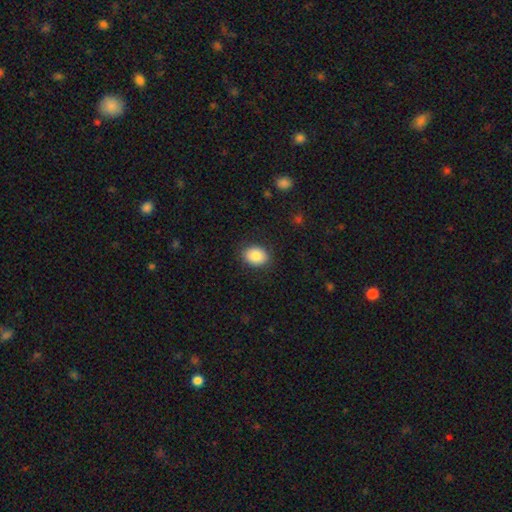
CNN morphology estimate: smooth-or-featured: smooth: 86% | star or artifact: 8% | featured or disk: 7%
  how-rounded: in between: 61% | round: 38% | cigar-shaped: 1%
  merging: none: 87% | minor disturbance: 9% | major disturbance: 3% | merger: 1%